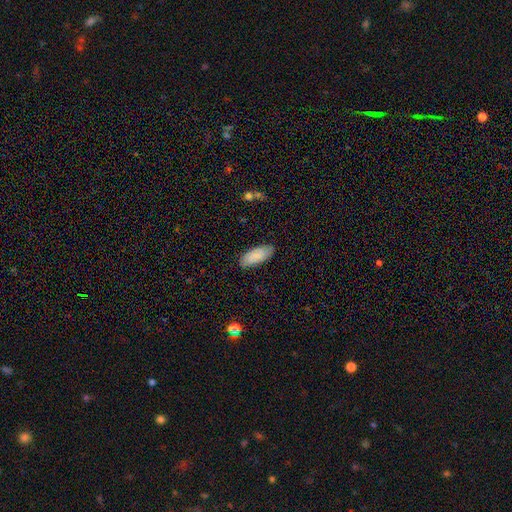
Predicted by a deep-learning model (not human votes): smooth_or_featured: smooth (p=0.84) [alt: featured or disk p=0.10]
how_rounded: in between (p=0.86) [alt: cigar-shaped p=0.12]
merging: none (p=0.84) [alt: minor disturbance p=0.12]